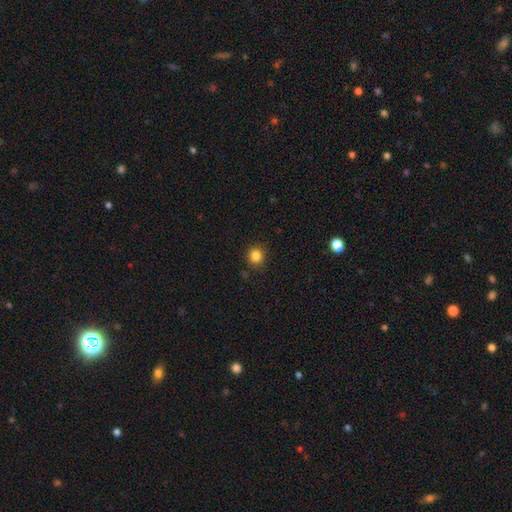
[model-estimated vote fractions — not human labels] This is clearly a smooth galaxy (84%). How rounded: clearly round (90%). Merging: clearly none (89%).